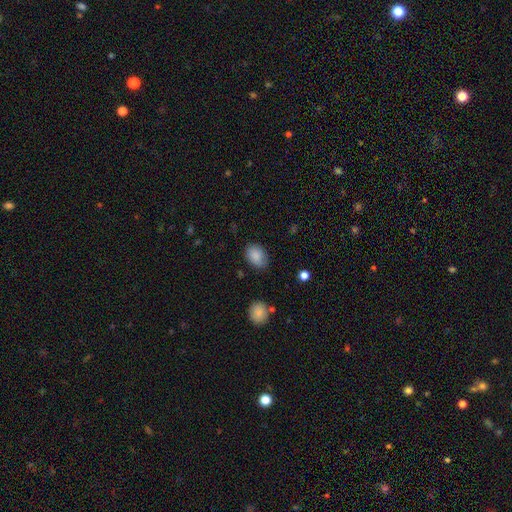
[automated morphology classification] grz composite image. It shows a smooth galaxy with no disk features (87%) that is in between round and cigar-shaped (79%). Merging: none (77%).